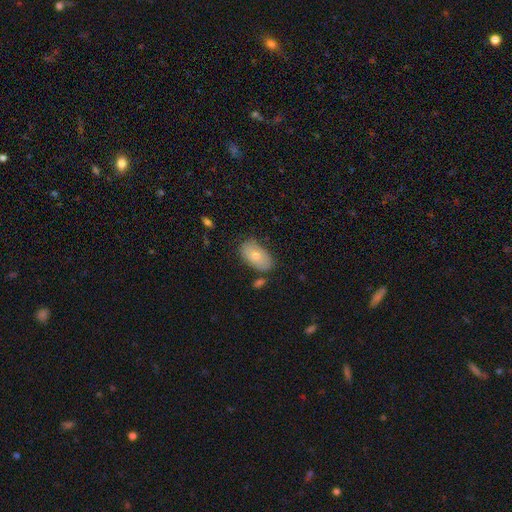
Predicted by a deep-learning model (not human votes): Overall: smooth (74%). How rounded: in between (93%). Merging: none (71%).